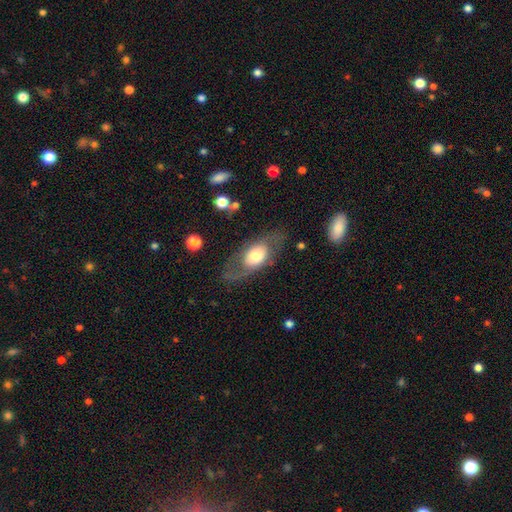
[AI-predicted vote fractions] smooth-or-featured: featured or disk: 48% | smooth: 46% | star or artifact: 6%
  merging: none: 71% | minor disturbance: 16% | major disturbance: 12% | merger: 2%